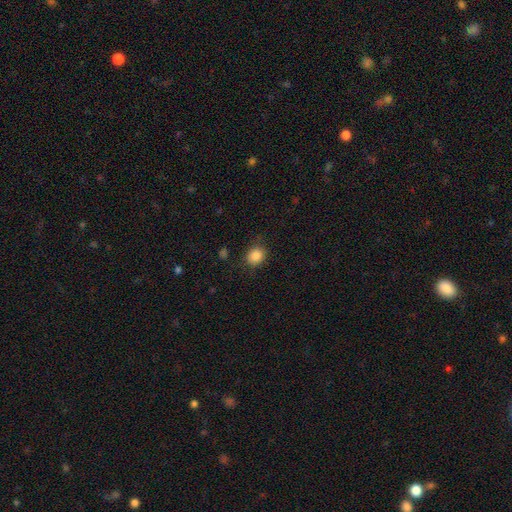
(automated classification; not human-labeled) This is clearly a smooth galaxy (86%). How rounded: likely round (68%). Merging: clearly none (82%).